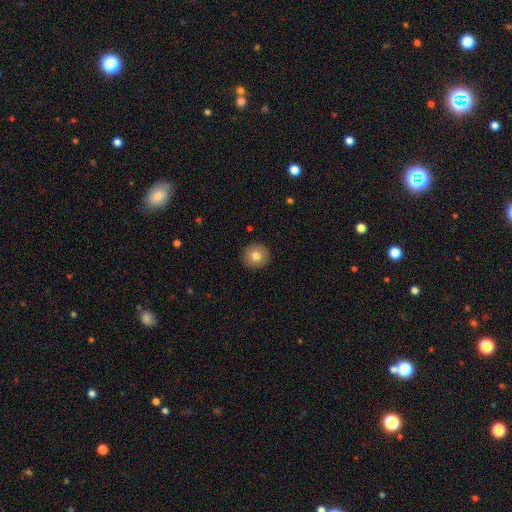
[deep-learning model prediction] The model was most divided on "smooth or featured": smooth: 79%, featured or disk: 11%, star or artifact: 9%. More confident: how rounded — round (94%); merging — none (92%).